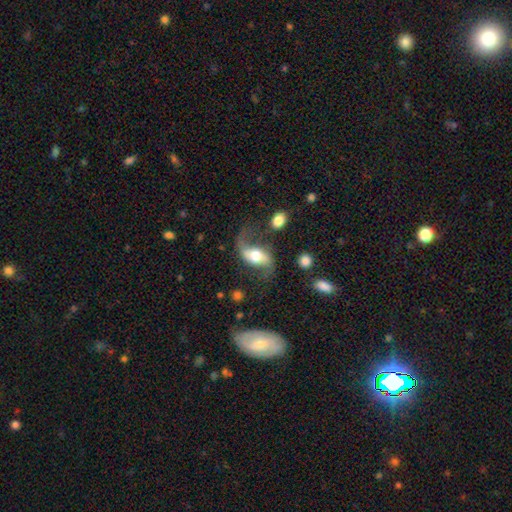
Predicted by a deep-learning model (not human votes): A featured or disk galaxy (71%) with no bar (45%), 2 (91%) loose (82%) spiral arms (87%) and a moderate central bulge (63%). Merging: none (58%).